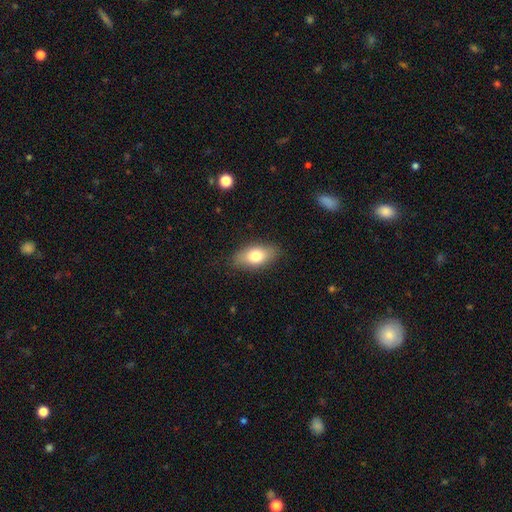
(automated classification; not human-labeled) Q: Smooth or featured?
A: smooth (75%); runner-up: featured or disk (18%)
Q: How rounded?
A: in between (88%); runner-up: round (7%)
Q: Merging?
A: none (84%); runner-up: minor disturbance (12%)